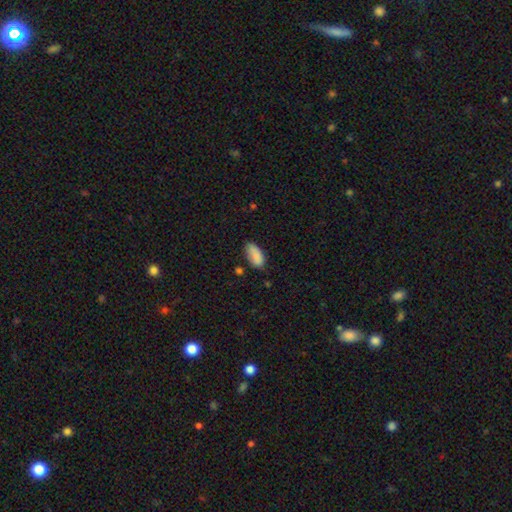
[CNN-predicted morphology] Smooth or featured: smooth — 87% (star or artifact — 7%)
How rounded: in between — 92% (cigar-shaped — 6%)
Merging: none — 67% (minor disturbance — 24%)